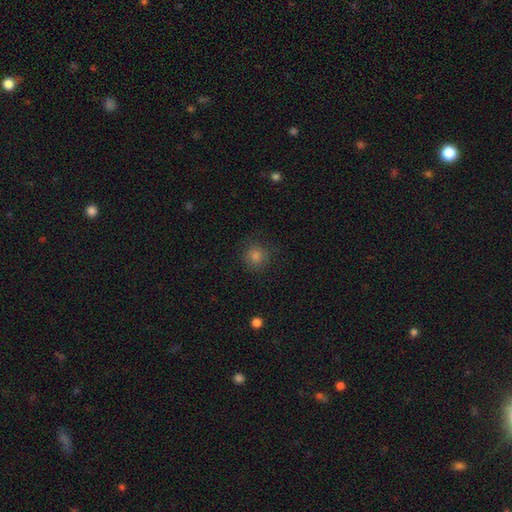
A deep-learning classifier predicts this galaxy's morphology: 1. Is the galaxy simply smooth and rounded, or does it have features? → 76% smooth, 18% star or artifact, 5% featured or disk.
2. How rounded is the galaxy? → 93% round, 6% in between, 1% cigar-shaped.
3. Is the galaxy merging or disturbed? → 87% none, 9% minor disturbance, 3% major disturbance, 1% merger.